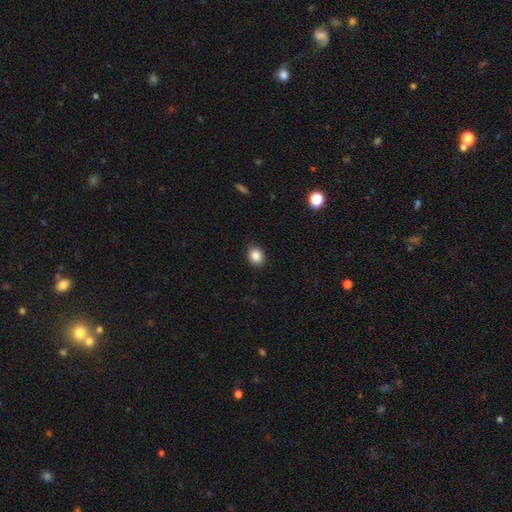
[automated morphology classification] smooth_or_featured: smooth (p=0.87) [alt: star or artifact p=0.09]
how_rounded: in between (p=0.56) [alt: round p=0.44]
merging: none (p=0.89) [alt: minor disturbance p=0.08]